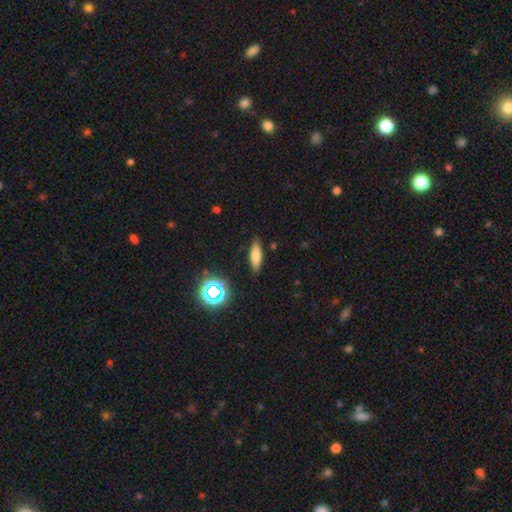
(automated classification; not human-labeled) Smooth or featured? smooth (71%)
How rounded? in between (51%)
Merging? none (85%)